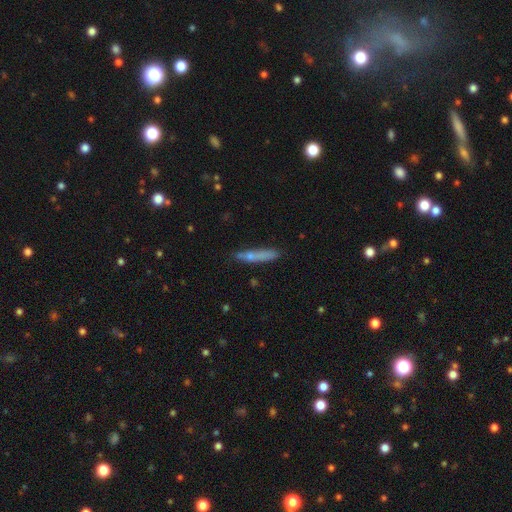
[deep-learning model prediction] A smooth galaxy with no disk features (62%) that is cigar-shaped (92%).

Vote fractions:
- Smooth or featured? smooth: 62% / featured or disk: 29% / star or artifact: 9%
- How rounded? cigar-shaped: 92% / in between: 7% / round: 2%
- Merging? none: 73% / minor disturbance: 18% / major disturbance: 4% / merger: 4%